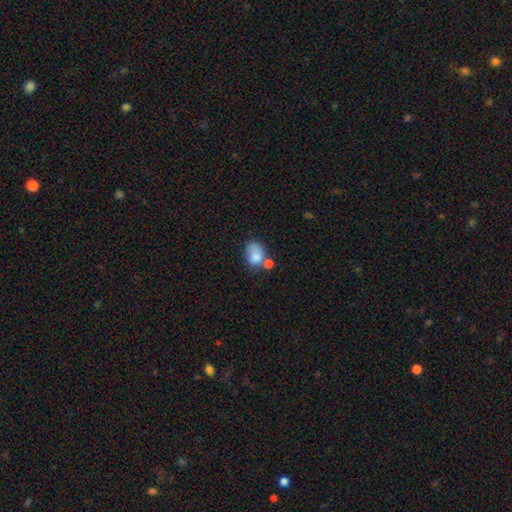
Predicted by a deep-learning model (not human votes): A smooth galaxy with no disk features (80%) that is in between round and cigar-shaped (69%).

Vote fractions:
- Smooth or featured? smooth: 80% / featured or disk: 11% / star or artifact: 9%
- How rounded? in between: 69% / round: 30% / cigar-shaped: 1%
- Merging? merger: 33% / none: 32% / minor disturbance: 21% / major disturbance: 14%